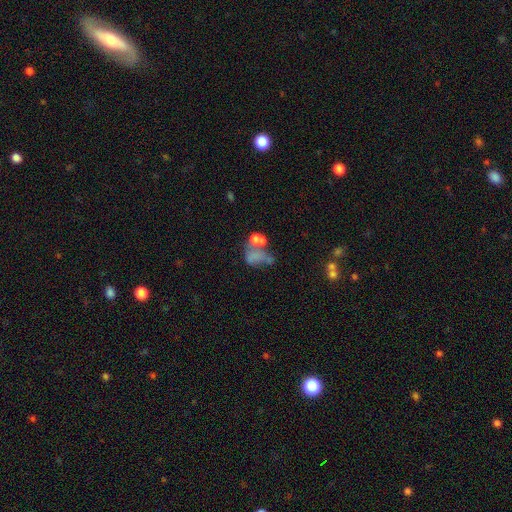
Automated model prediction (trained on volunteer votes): A smooth galaxy with no disk features (47%). Merging: merger (40%).